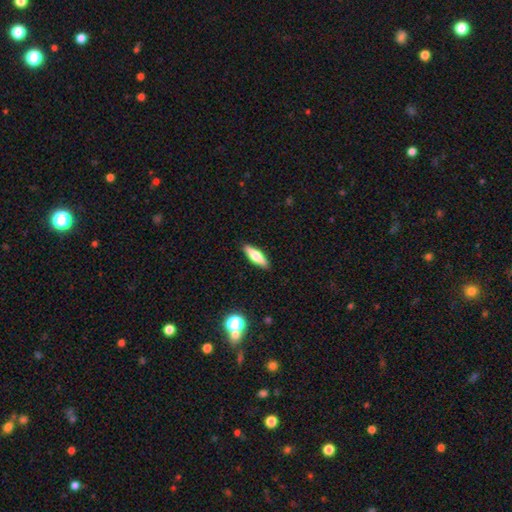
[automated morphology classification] Smooth or featured? smooth (61%)
How rounded? cigar-shaped (56%)
Merging? none (90%)